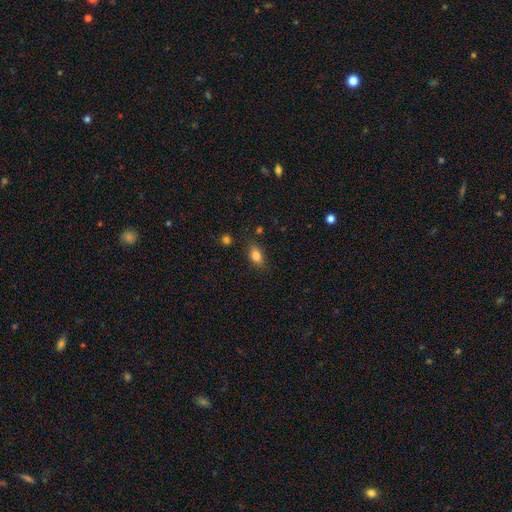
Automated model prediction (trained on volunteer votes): Smooth or featured?
  - smooth: 79% *
  - featured or disk: 11%
  - star or artifact: 10%
How rounded?
  - in between: 82% *
  - round: 13%
  - cigar-shaped: 6%
Merging?
  - none: 79% *
  - minor disturbance: 15%
  - major disturbance: 3%
  - merger: 2%